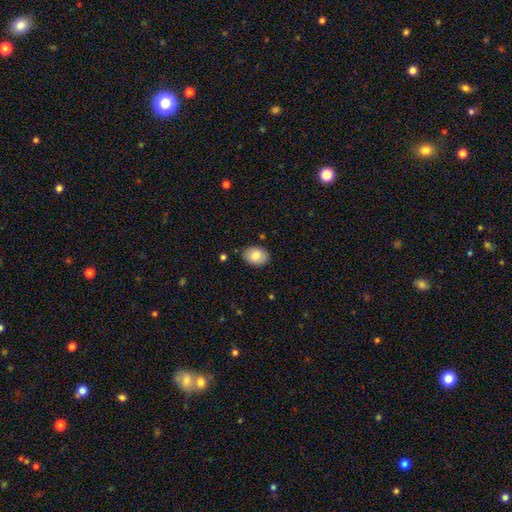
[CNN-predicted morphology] Smooth or featured: smooth — 84% (featured or disk — 9%)
How rounded: in between — 79% (round — 20%)
Merging: none — 86% (minor disturbance — 10%)